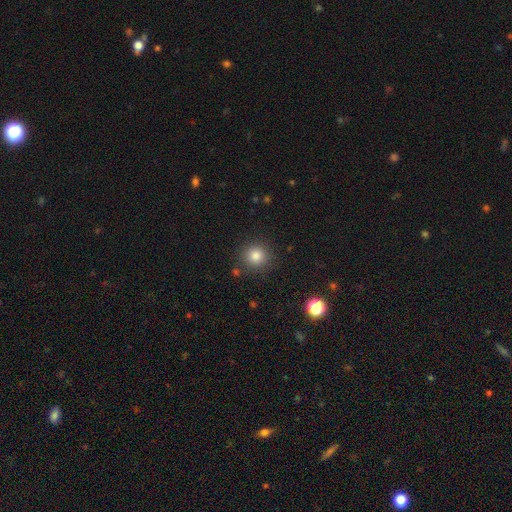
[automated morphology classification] Smooth or featured: smooth — 82% (star or artifact — 12%)
How rounded: round — 93% (in between — 6%)
Merging: none — 87% (minor disturbance — 8%)